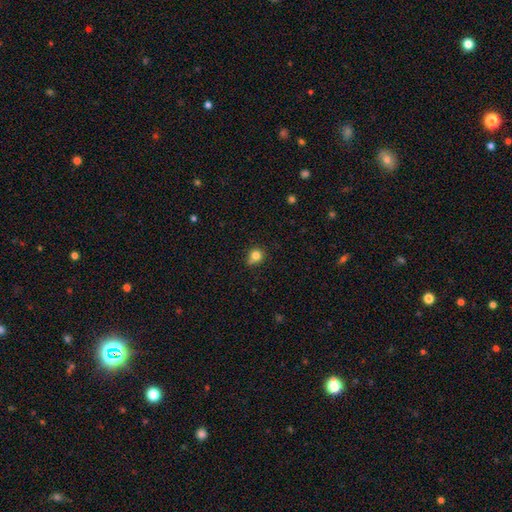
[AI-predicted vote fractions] Smooth or featured? smooth (81%)
How rounded? round (81%)
Merging? none (65%)